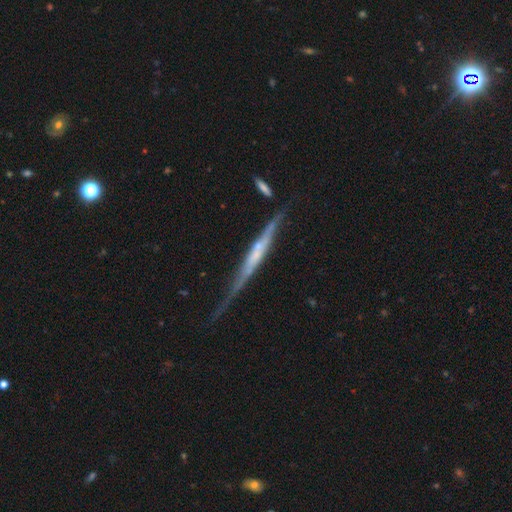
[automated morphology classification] The model was most divided on "edge-on bulge": none: 51%, rounded: 29%, boxy: 20%. More confident: edge-on disk — yes (94%); smooth or featured — featured or disk (74%); merging — none (54%).